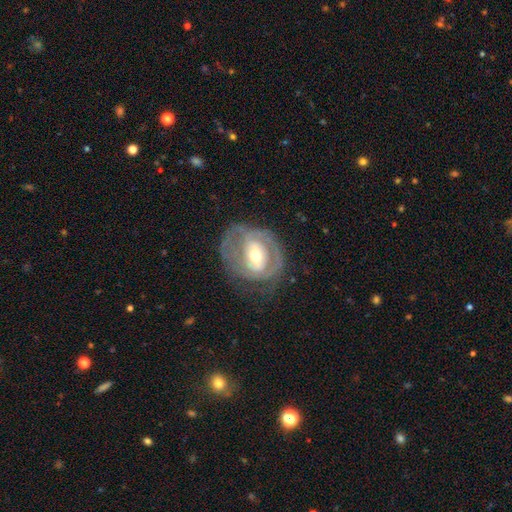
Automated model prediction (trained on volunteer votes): smooth_or_featured: featured or disk (p=0.76) [alt: smooth p=0.19]
disk_edge_on: no (p=0.96) [alt: yes p=0.04]
bar: weak (p=0.42) [alt: no p=0.34]
has_spiral_arms: yes (p=0.72) [alt: no p=0.28]
spiral_winding: tight (p=0.58) [alt: medium p=0.30]
spiral_arm_count: 2 (p=0.42) [alt: can't tell p=0.33]
bulge_size: moderate (p=0.63) [alt: small p=0.26]
merging: none (p=0.56) [alt: minor disturbance p=0.22]